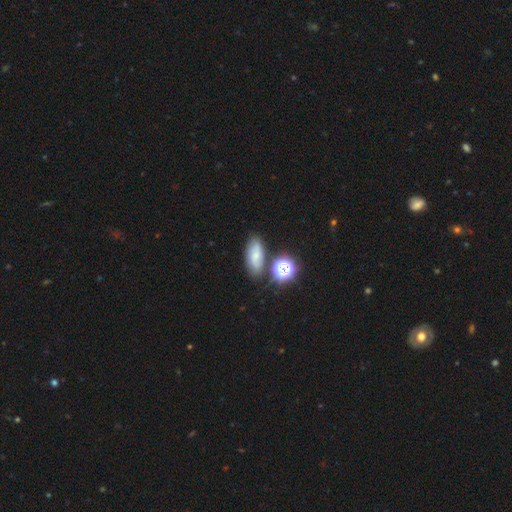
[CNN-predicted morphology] smooth_or_featured: smooth (p=0.54) [alt: featured or disk p=0.27]
how_rounded: in between (p=0.75) [alt: round p=0.17]
merging: none (p=0.70) [alt: minor disturbance p=0.16]